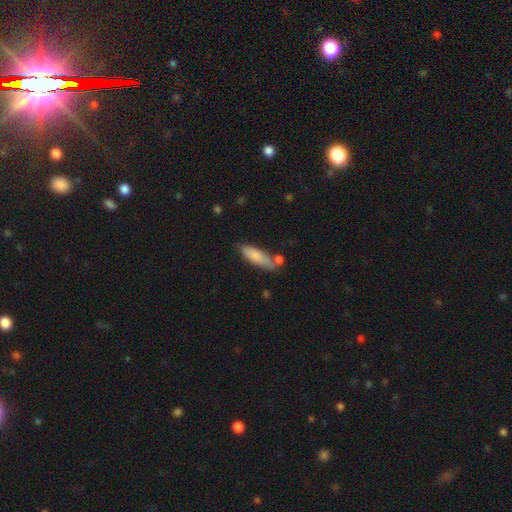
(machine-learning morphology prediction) Smooth or featured? smooth (80%)
How rounded? cigar-shaped (53%)
Merging? none (62%)